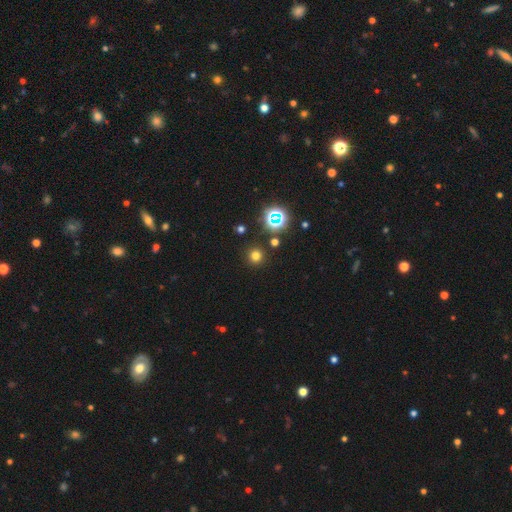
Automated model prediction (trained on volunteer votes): Smooth or featured? smooth (69%)
How rounded? round (95%)
Merging? none (89%)